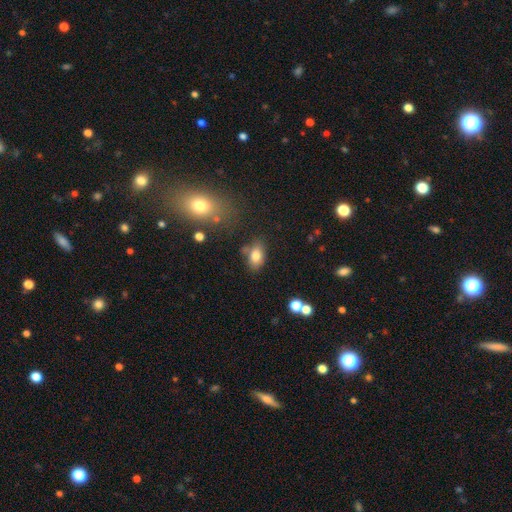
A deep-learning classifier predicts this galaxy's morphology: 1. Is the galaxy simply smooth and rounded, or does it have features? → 81% smooth, 10% featured or disk, 10% star or artifact.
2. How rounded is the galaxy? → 86% in between, 12% round, 2% cigar-shaped.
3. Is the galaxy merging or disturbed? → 66% none, 19% minor disturbance, 10% merger, 5% major disturbance.